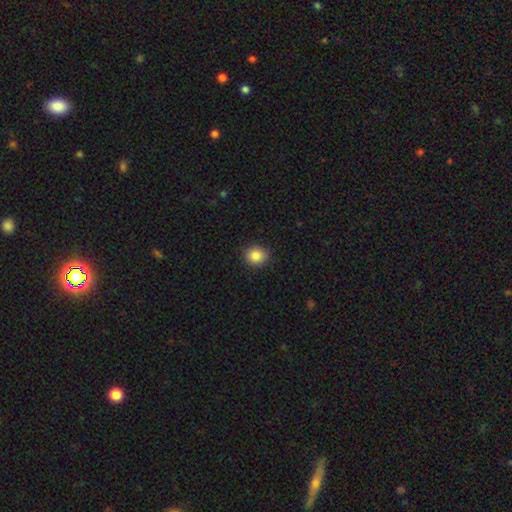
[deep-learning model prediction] A smooth galaxy with no disk features (86%) that is round (77%). Merging: none (89%).